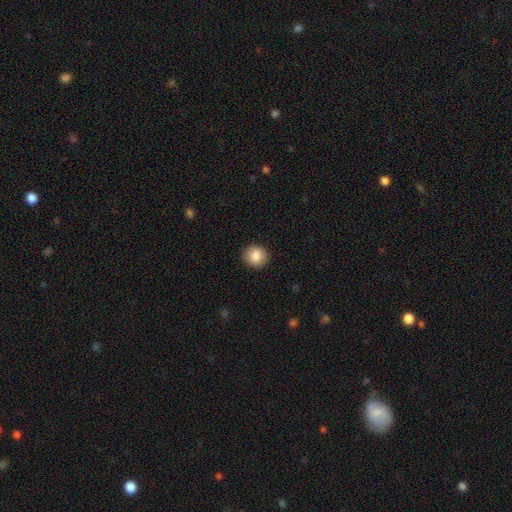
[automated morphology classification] Smooth or featured: smooth — 86% (star or artifact — 8%)
How rounded: round — 86% (in between — 13%)
Merging: none — 91% (minor disturbance — 6%)